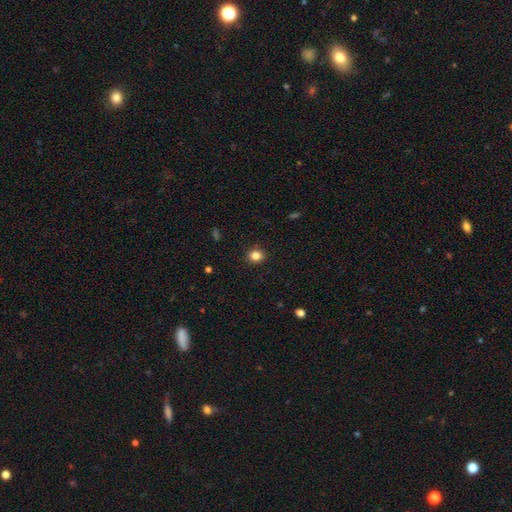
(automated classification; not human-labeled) smooth-or-featured: smooth: 84% | star or artifact: 12% | featured or disk: 5%
  how-rounded: round: 77% | in between: 22% | cigar-shaped: 1%
  merging: none: 91% | minor disturbance: 6% | major disturbance: 2% | merger: 1%